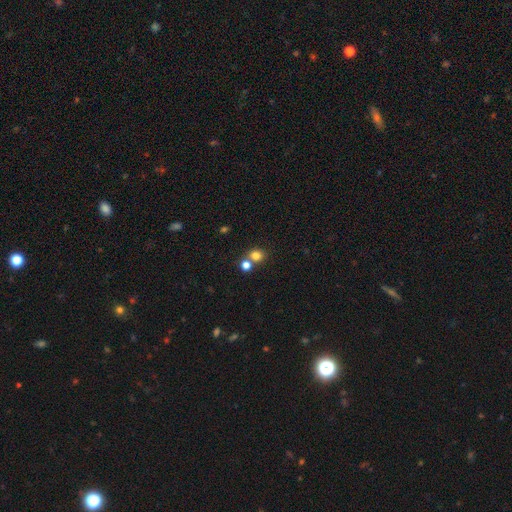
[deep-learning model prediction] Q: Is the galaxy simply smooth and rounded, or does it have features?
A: smooth — 80%.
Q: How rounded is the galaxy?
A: round — 73%.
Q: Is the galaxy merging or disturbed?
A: none — 55%.